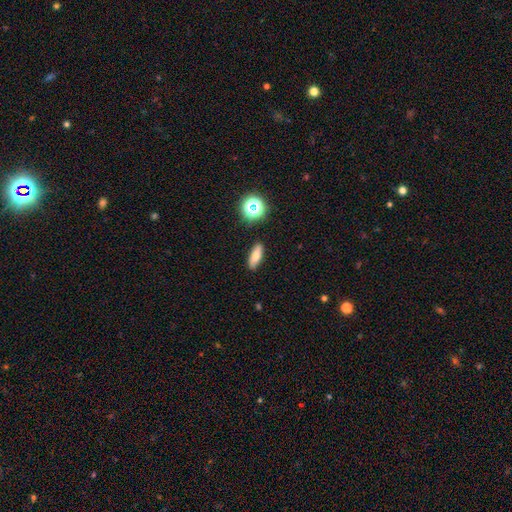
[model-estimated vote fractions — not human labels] Overall: smooth (72%). How rounded: in between (58%; cigar-shaped 36%). Merging: none (87%).